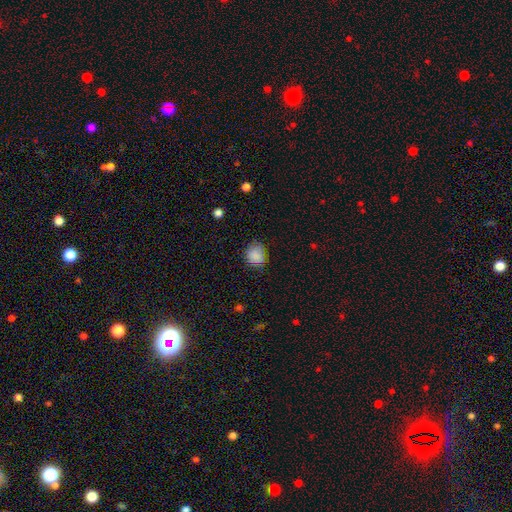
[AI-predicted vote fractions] This appears to be a smooth galaxy with no disk features (85%) that is round (73%). Merging: none (76%).